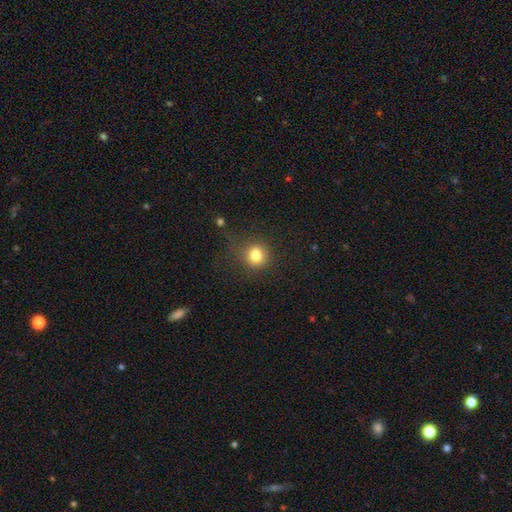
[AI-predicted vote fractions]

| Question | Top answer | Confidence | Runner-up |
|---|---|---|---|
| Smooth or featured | smooth | 80% | star or artifact (13%) |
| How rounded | round | 84% | in between (15%) |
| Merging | none | 75% | minor disturbance (15%) |